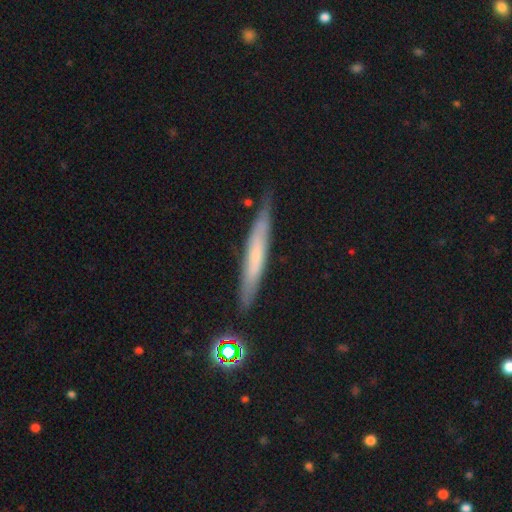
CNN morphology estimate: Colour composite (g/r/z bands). It shows a smooth galaxy with no disk features (47%). Merging: none (80%).